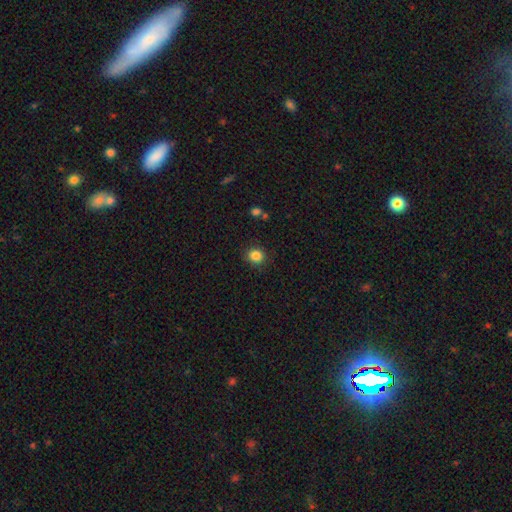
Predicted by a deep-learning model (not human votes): A smooth galaxy with no disk features (85%) that is round (82%). Merging: none (88%).